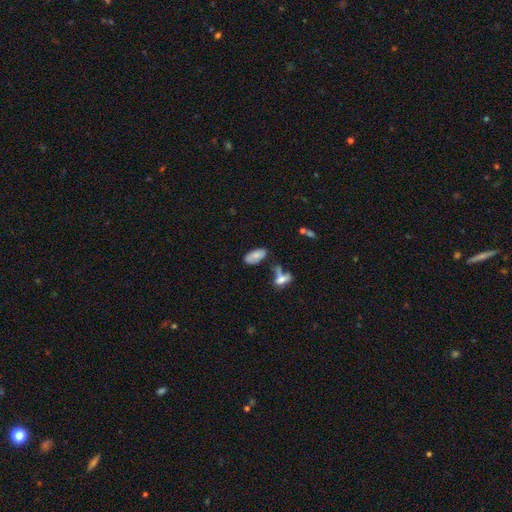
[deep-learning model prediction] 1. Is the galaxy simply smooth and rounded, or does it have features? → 77% smooth, 15% featured or disk, 8% star or artifact.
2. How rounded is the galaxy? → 91% in between, 7% cigar-shaped, 2% round.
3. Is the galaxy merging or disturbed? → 59% none, 23% minor disturbance, 11% merger, 7% major disturbance.